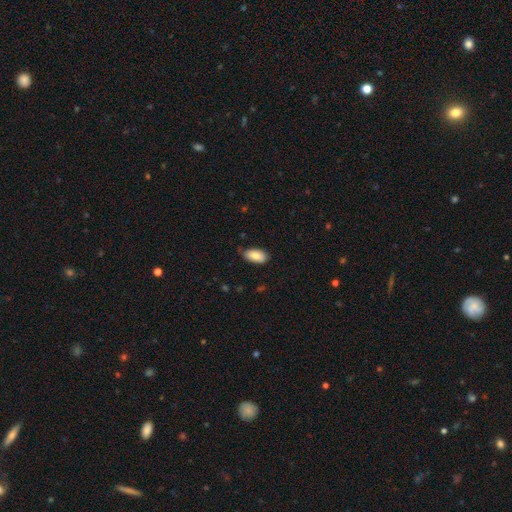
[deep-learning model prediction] smooth_or_featured: smooth (p=0.83) [alt: featured or disk p=0.10]
how_rounded: in between (p=0.94) [alt: cigar-shaped p=0.03]
merging: none (p=0.77) [alt: minor disturbance p=0.19]